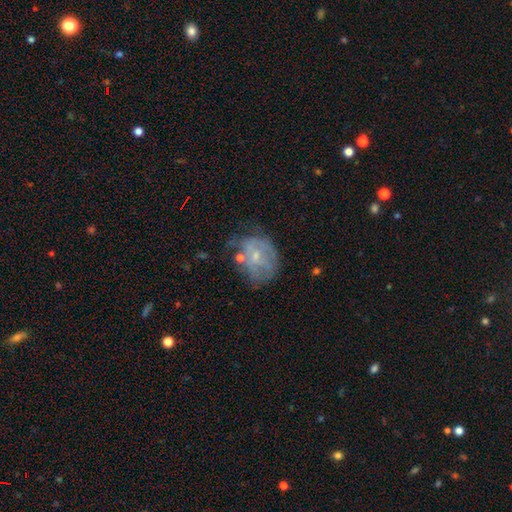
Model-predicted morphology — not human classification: A featured or disk galaxy (54%) with no bar (70%), no spiral arms (59%) and a small central bulge (66%).

Vote fractions:
- Smooth or featured? featured or disk: 54% / smooth: 35% / star or artifact: 11%
- Edge-on disk? no: 97% / yes: 3%
- Bar? no: 70% / weak: 26% / strong: 5%
- Spiral arms? no: 59% / yes: 41%
- Bulge size? small: 66% / moderate: 23% / none: 8% / large: 1% / dominant: 1%
- Merging? none: 41% / minor disturbance: 29% / major disturbance: 21% / merger: 9%